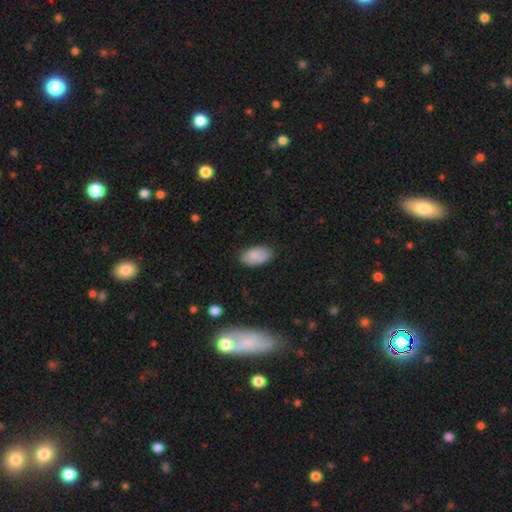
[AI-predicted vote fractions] smooth-or-featured: smooth: 79% | featured or disk: 14% | star or artifact: 7%
  how-rounded: in between: 95% | round: 4% | cigar-shaped: 2%
  merging: none: 80% | minor disturbance: 16% | major disturbance: 3% | merger: 1%